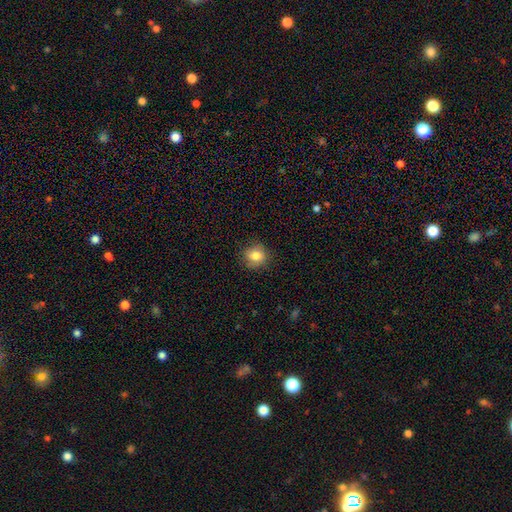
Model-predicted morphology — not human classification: smooth 82%, star or artifact 10%, featured or disk 8%. Down the decision tree: how rounded — round (80%); merging — none (85%).